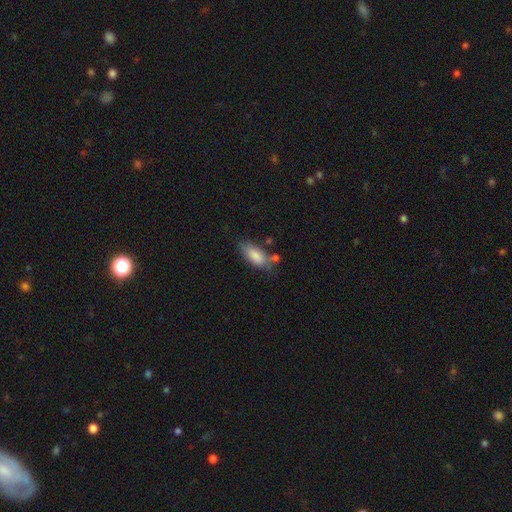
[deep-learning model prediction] smooth-or-featured: smooth: 84% | featured or disk: 10% | star or artifact: 7%
  how-rounded: in between: 84% | cigar-shaped: 14% | round: 3%
  merging: none: 56% | minor disturbance: 24% | merger: 13% | major disturbance: 7%